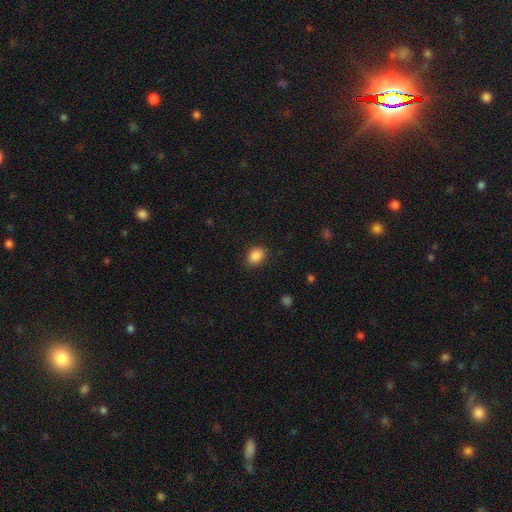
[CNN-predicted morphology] type=smooth (88%); roundness=in between (62%); merging=none (83%).